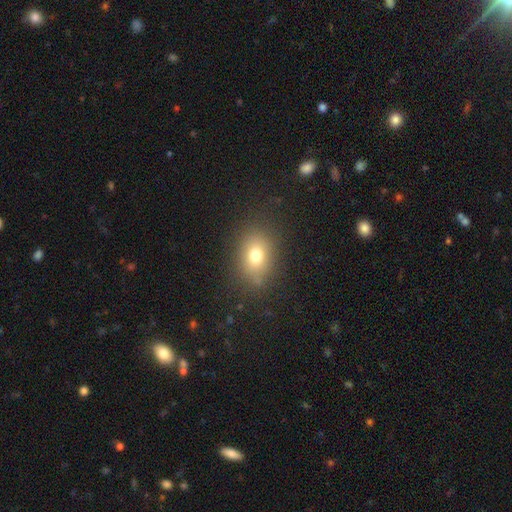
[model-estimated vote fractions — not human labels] This appears to be a smooth galaxy with no disk features (74%) that is in between round and cigar-shaped (66%). Merging: none (80%).